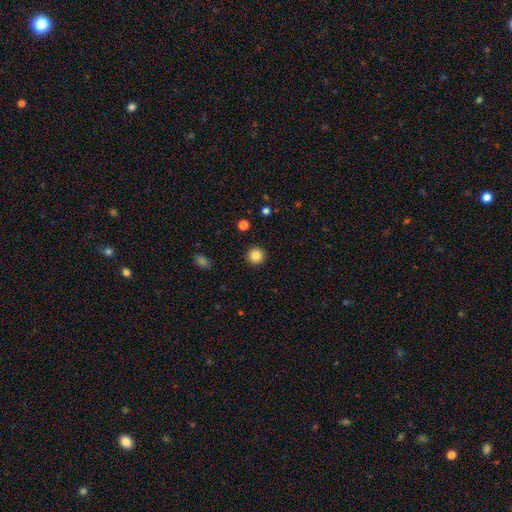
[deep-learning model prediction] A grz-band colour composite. It shows a smooth galaxy with no disk features (84%) that is round (95%). Merging: none (93%).